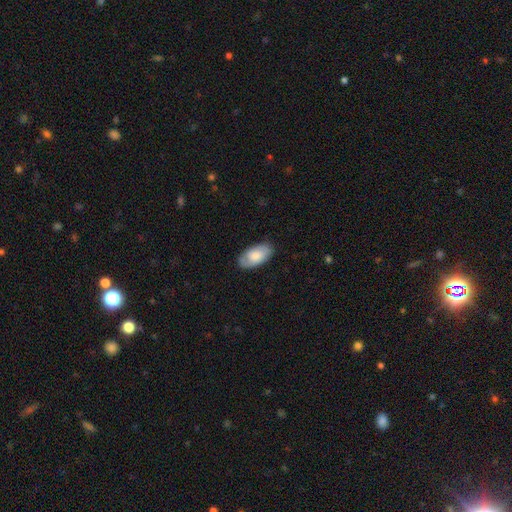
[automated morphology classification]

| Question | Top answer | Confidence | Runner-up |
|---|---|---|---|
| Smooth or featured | smooth | 72% | featured or disk (23%) |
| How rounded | in between | 95% | round (3%) |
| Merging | none | 82% | minor disturbance (14%) |